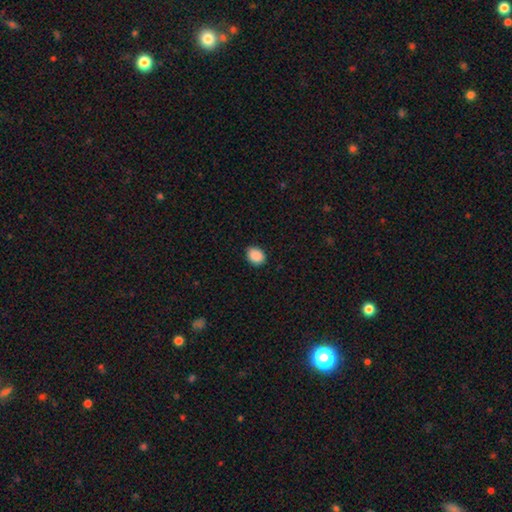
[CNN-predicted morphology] This is clearly a smooth galaxy (90%). How rounded: possibly in between (56%). Merging: clearly none (87%).